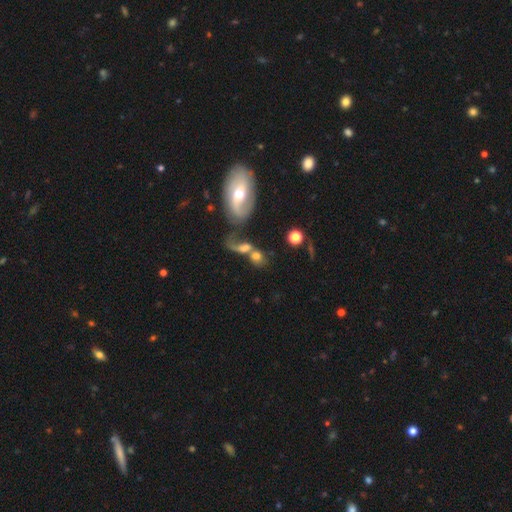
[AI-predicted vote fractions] Overall: smooth (51%; featured or disk 34%). How rounded: in between (49%; round 46%). Merging: merger (49%; none 27%).